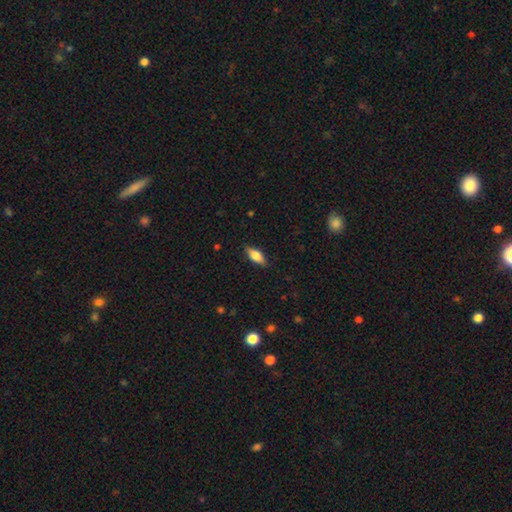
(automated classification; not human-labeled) Smooth or featured: smooth — 68% (featured or disk — 25%)
How rounded: in between — 73% (cigar-shaped — 24%)
Merging: none — 85% (minor disturbance — 11%)